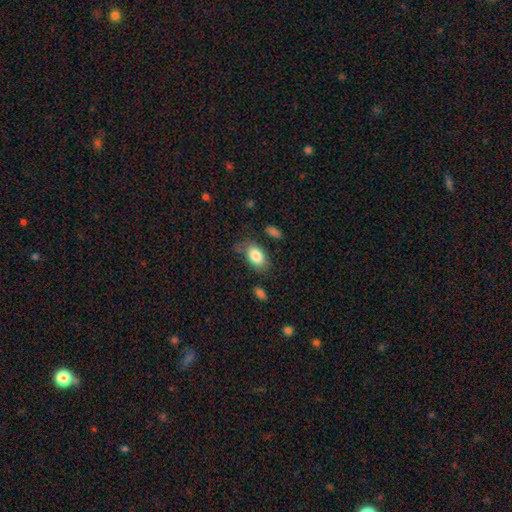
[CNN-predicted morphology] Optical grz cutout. It shows a smooth galaxy with no disk features (84%) that is in between round and cigar-shaped (90%). Merging: none (68%).